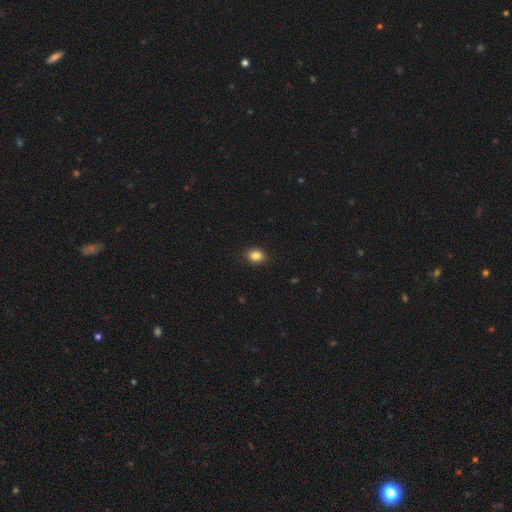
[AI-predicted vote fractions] smooth-or-featured: smooth: 85% | star or artifact: 10% | featured or disk: 5%
  how-rounded: in between: 59% | round: 40% | cigar-shaped: 1%
  merging: none: 88% | minor disturbance: 9% | major disturbance: 2% | merger: 1%